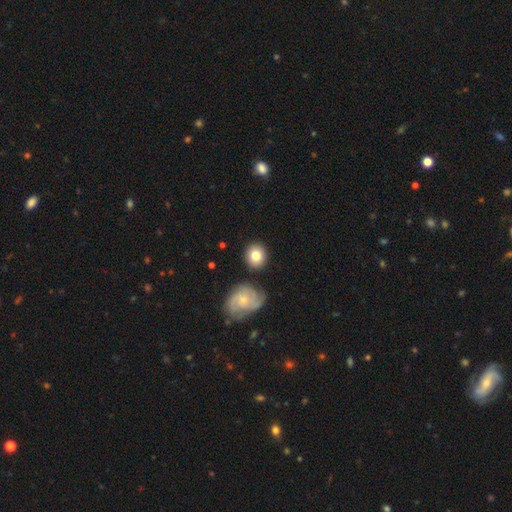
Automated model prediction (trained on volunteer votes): The model was most divided on "smooth or featured": smooth: 77%, featured or disk: 16%, star or artifact: 7%. More confident: how rounded — round (84%); merging — none (82%).